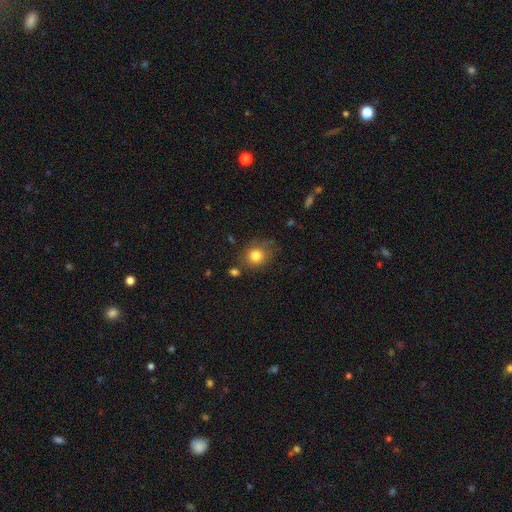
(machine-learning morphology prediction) Smooth or featured?
  - smooth: 81% *
  - star or artifact: 10%
  - featured or disk: 9%
How rounded?
  - round: 76% *
  - in between: 23%
  - cigar-shaped: 1%
Merging?
  - none: 69% *
  - minor disturbance: 20%
  - major disturbance: 6%
  - merger: 5%